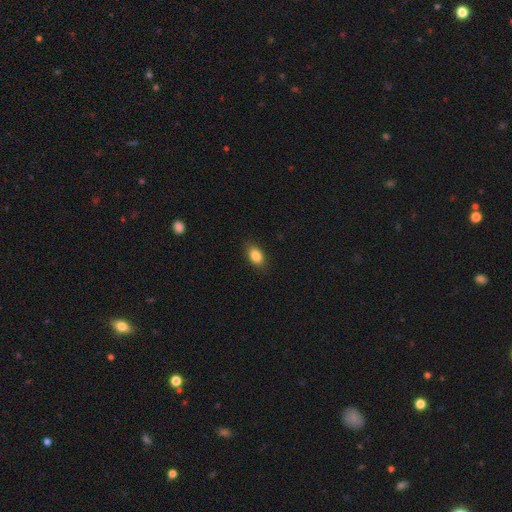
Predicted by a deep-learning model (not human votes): Smooth or featured?
  - smooth: 86% *
  - star or artifact: 8%
  - featured or disk: 6%
How rounded?
  - in between: 88% *
  - round: 9%
  - cigar-shaped: 3%
Merging?
  - none: 87% *
  - minor disturbance: 10%
  - major disturbance: 2%
  - merger: 1%